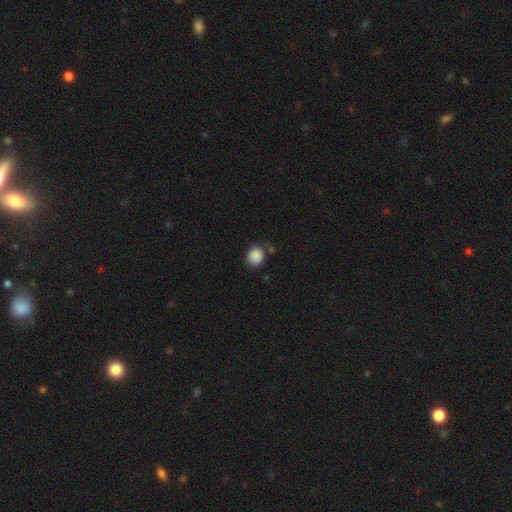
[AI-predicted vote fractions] smooth_or_featured: smooth (p=0.88) [alt: star or artifact p=0.09]
how_rounded: round (p=0.75) [alt: in between p=0.24]
merging: none (p=0.73) [alt: minor disturbance p=0.18]